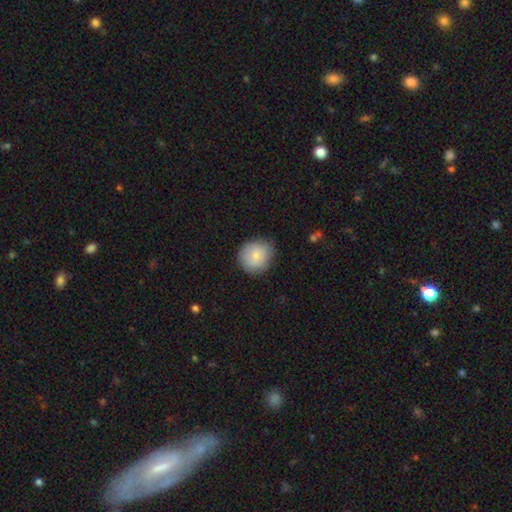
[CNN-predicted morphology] A smooth galaxy with no disk features (82%) that is round (85%). Merging: none (78%).